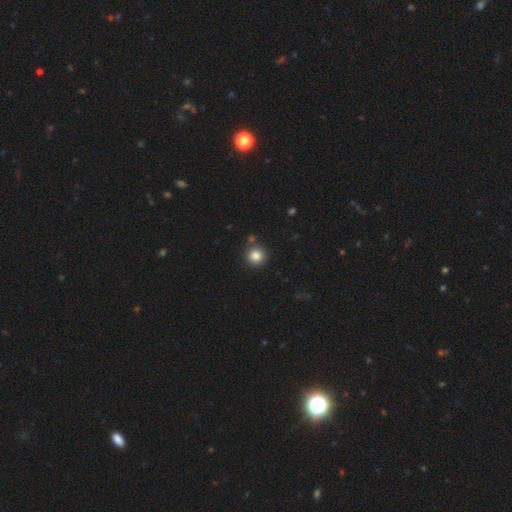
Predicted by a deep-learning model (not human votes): A smooth galaxy with no disk features (84%) that is round (94%).

Vote fractions:
- Smooth or featured? smooth: 84% / star or artifact: 11% / featured or disk: 5%
- How rounded? round: 94% / in between: 5% / cigar-shaped: 1%
- Merging? none: 84% / minor disturbance: 7% / merger: 7% / major disturbance: 2%